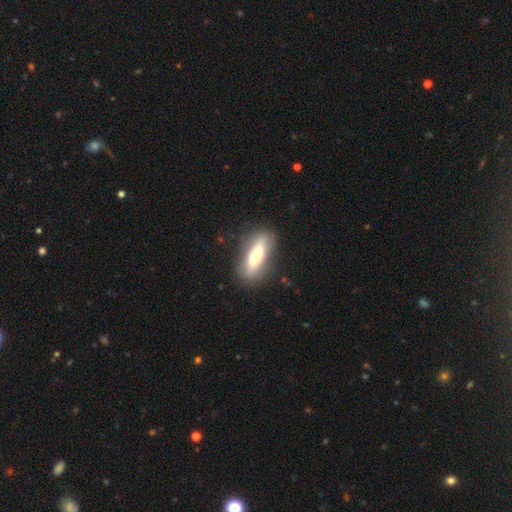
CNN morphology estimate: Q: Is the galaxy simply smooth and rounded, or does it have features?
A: smooth — 57%.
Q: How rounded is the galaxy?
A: in between — 53%.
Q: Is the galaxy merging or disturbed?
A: none — 84%.